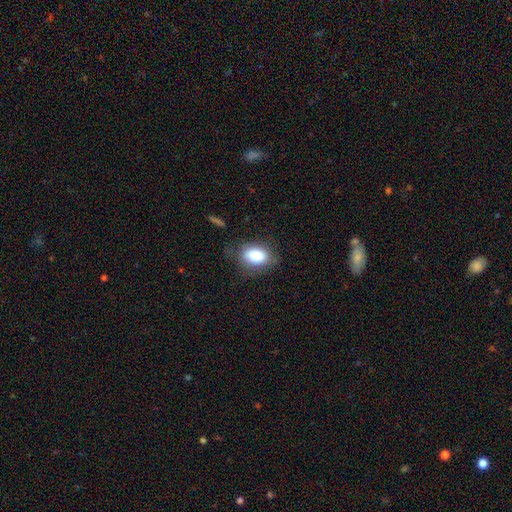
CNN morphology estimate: smooth_or_featured: smooth (p=0.83) [alt: featured or disk p=0.09]
how_rounded: in between (p=0.82) [alt: round p=0.16]
merging: none (p=0.67) [alt: minor disturbance p=0.22]